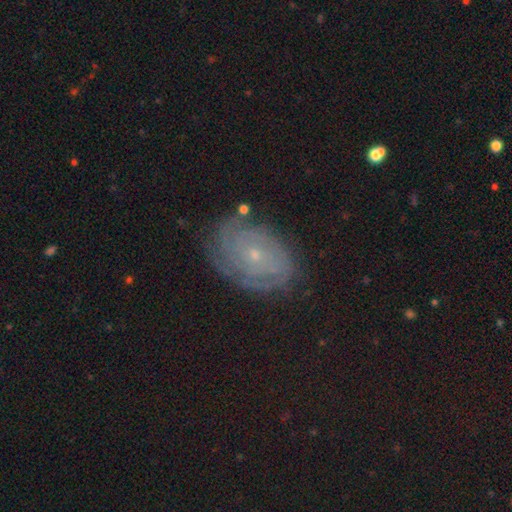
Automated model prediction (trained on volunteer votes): smooth-or-featured: featured or disk: 65% | star or artifact: 18% | smooth: 17%
  disk-edge-on: no: 96% | yes: 4%
    bar: no: 81% | weak: 16% | strong: 4%
    has-spiral-arms: yes: 90% | no: 10%
      spiral-winding: tight: 78% | medium: 16% | loose: 5%
      spiral-arm-count: can't tell: 48% | 2: 17% | 3: 11% | 4: 9% | more than 4: 8% | 1: 7%
    bulge-size: small: 82% | moderate: 15% | none: 1% | large: 1% | dominant: 1%
  merging: none: 81% | minor disturbance: 14% | major disturbance: 4% | merger: 2%